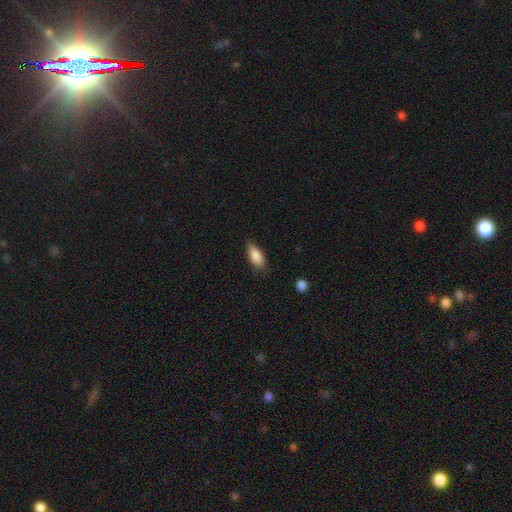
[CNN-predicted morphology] A smooth galaxy with no disk features (86%) that is in between round and cigar-shaped (80%).

Vote fractions:
- Smooth or featured? smooth: 86% / featured or disk: 8% / star or artifact: 7%
- How rounded? in between: 80% / cigar-shaped: 18% / round: 2%
- Merging? none: 80% / minor disturbance: 15% / major disturbance: 3% / merger: 1%